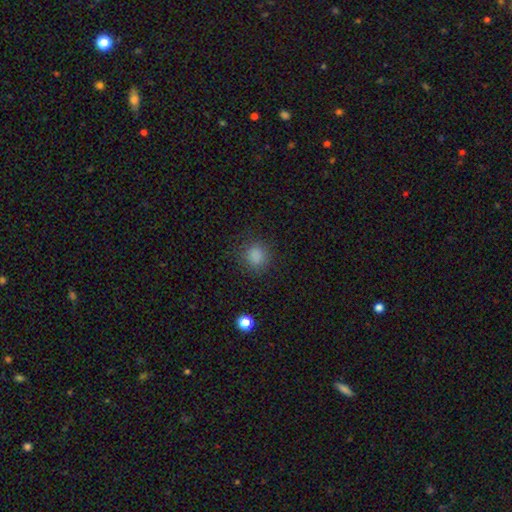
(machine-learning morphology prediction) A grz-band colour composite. It shows a smooth galaxy with no disk features (84%) that is round (84%). Merging: none (84%).